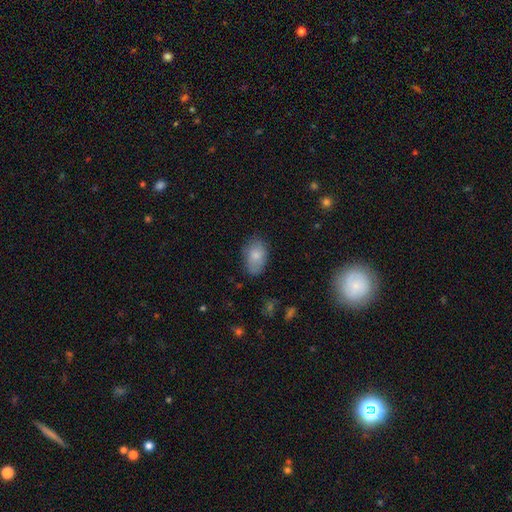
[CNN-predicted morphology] Overall: smooth (80%). How rounded: in between (89%). Merging: none (72%).